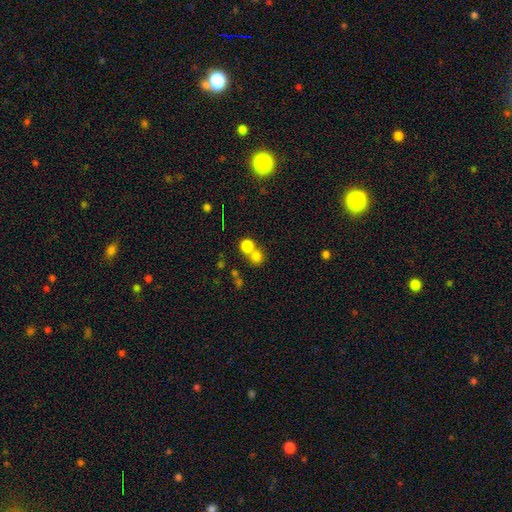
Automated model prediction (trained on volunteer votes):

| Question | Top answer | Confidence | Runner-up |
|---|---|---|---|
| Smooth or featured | smooth | 78% | star or artifact (14%) |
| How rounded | round | 86% | in between (13%) |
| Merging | none | 47% | merger (44%) |